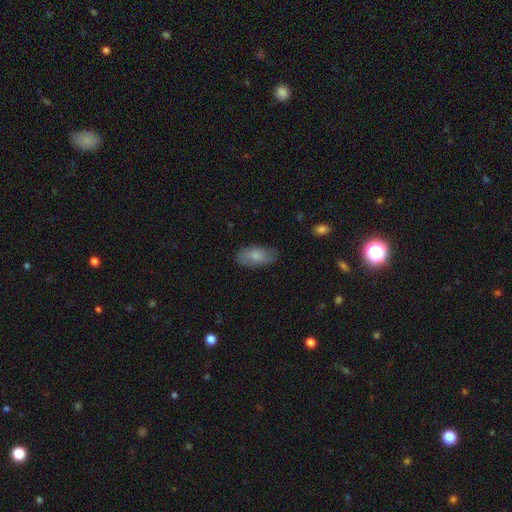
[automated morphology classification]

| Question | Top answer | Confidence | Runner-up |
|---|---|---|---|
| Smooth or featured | smooth | 76% | featured or disk (17%) |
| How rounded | in between | 91% | cigar-shaped (5%) |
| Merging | none | 77% | minor disturbance (19%) |